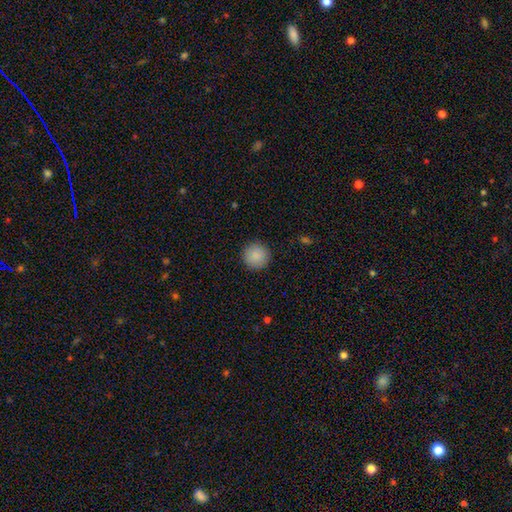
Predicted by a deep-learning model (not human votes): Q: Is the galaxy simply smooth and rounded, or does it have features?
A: smooth — 89%.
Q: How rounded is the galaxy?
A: round — 96%.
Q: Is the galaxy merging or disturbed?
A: none — 92%.